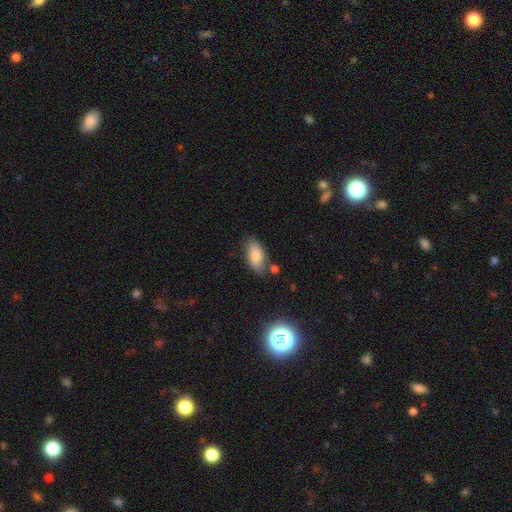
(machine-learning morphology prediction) This is clearly a smooth galaxy (81%). How rounded: clearly in between (92%). Merging: likely none (68%).